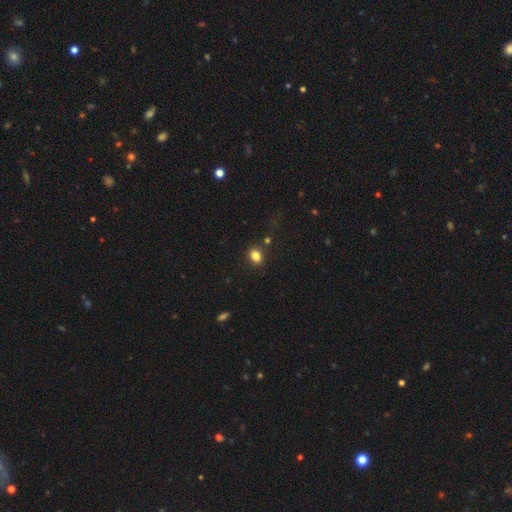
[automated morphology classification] Smooth or featured: smooth — 82% (star or artifact — 11%)
How rounded: in between — 64% (round — 34%)
Merging: none — 80% (minor disturbance — 11%)